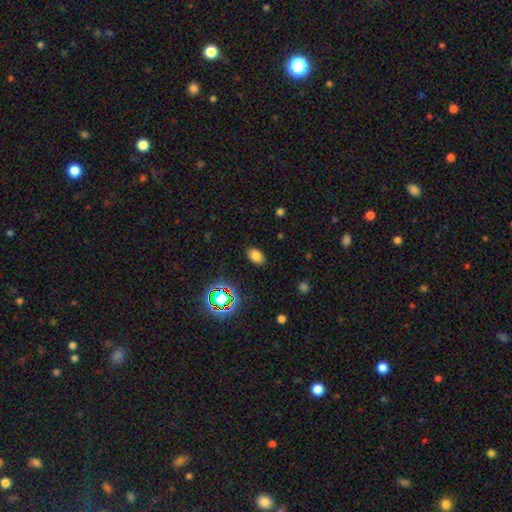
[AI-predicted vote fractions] Smooth or featured? Predicted: smooth (p=0.74). How rounded? Predicted: in between (p=0.86). Merging? Predicted: none (p=0.86).